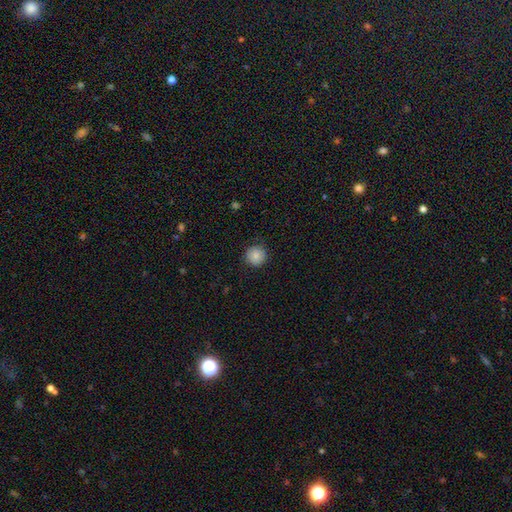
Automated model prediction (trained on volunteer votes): This is clearly a smooth galaxy (85%). How rounded: clearly round (95%). Merging: clearly none (88%).